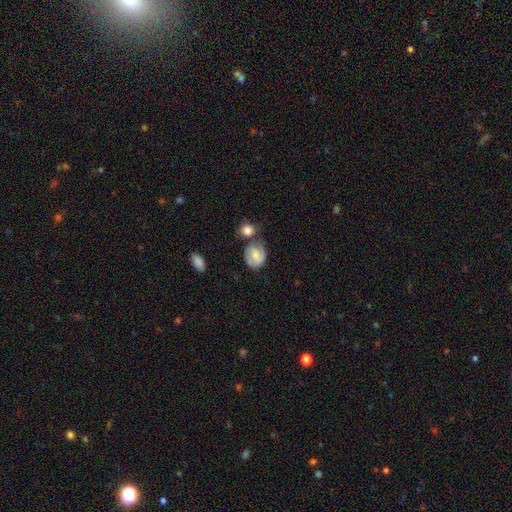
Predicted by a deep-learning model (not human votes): smooth 58%, featured or disk 35%, star or artifact 7%. Down the decision tree: how rounded — round (57%); merging — none (47%).